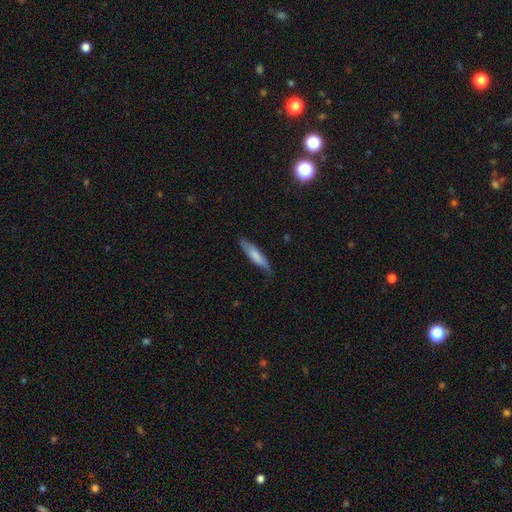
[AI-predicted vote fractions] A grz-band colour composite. It shows a smooth galaxy with no disk features (74%) that is cigar-shaped (78%). Merging: none (76%).